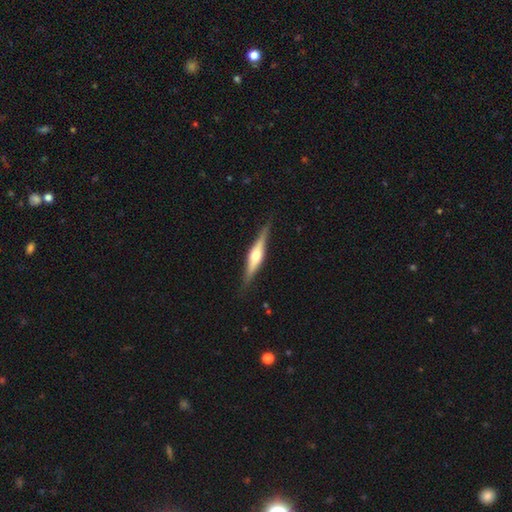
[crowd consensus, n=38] Morphology: type=featured or disk (76%); edge-on=yes (93%); edge-on bulge=rounded (89%); merging=none (89%).